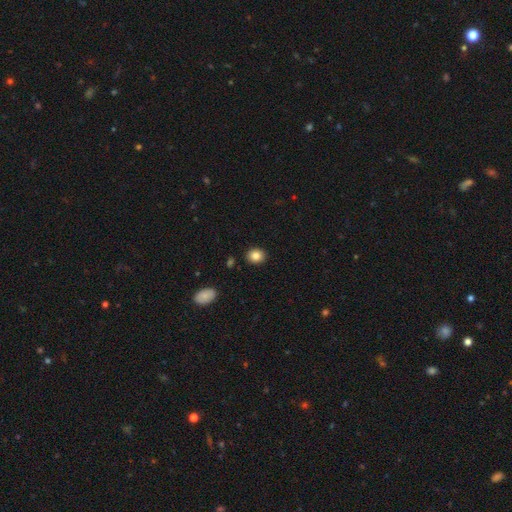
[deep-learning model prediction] Morphology: type=smooth (84%); roundness=round (70%); merging=none (90%).